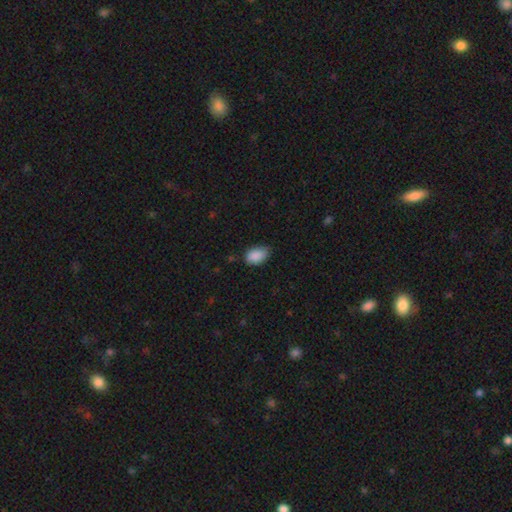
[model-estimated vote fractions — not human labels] A smooth galaxy with no disk features (89%) that is in between round and cigar-shaped (91%).

Vote fractions:
- Smooth or featured? smooth: 89% / star or artifact: 7% / featured or disk: 4%
- How rounded? in between: 91% / round: 8% / cigar-shaped: 1%
- Merging? none: 69% / minor disturbance: 26% / major disturbance: 4% / merger: 1%